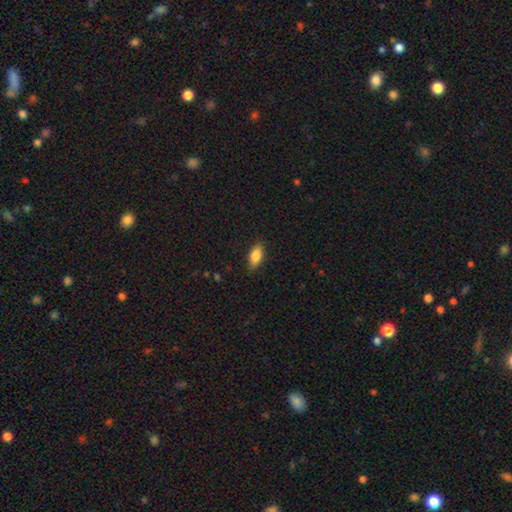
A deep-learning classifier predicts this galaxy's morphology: smooth 84%, featured or disk 8%, star or artifact 7%. Down the decision tree: how rounded — in between (86%); merging — none (86%).